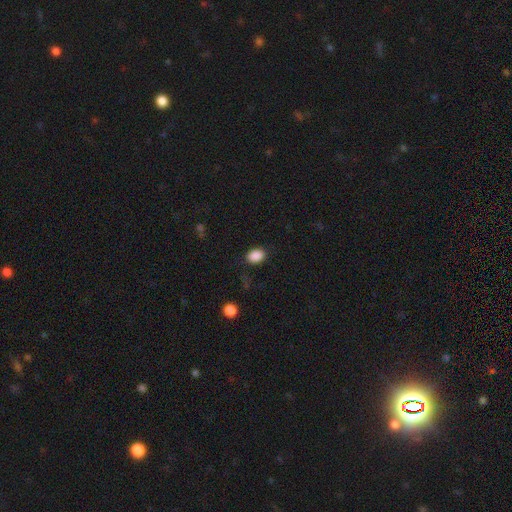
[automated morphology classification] smooth 88%, star or artifact 9%, featured or disk 3%. Down the decision tree: how rounded — in between (69%); merging — none (85%).